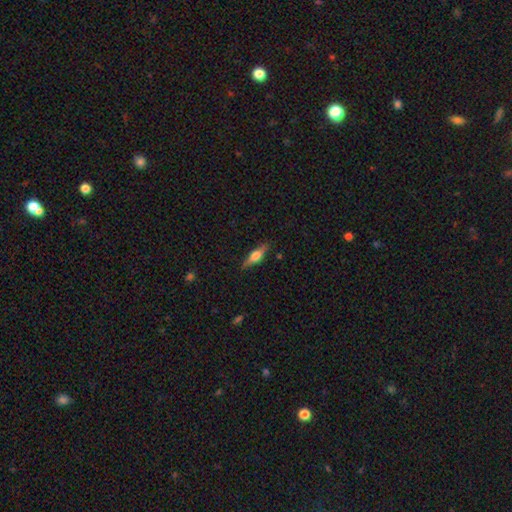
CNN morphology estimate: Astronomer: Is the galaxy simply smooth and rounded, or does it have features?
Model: featured or disk — 48% (runner-up: smooth, 46%).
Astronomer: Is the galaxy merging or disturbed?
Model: none — 84%.